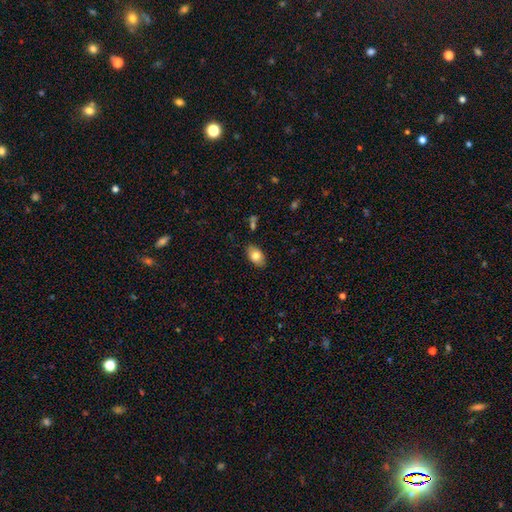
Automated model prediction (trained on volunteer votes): smooth 79%, featured or disk 13%, star or artifact 7%. Down the decision tree: how rounded — in between (90%); merging — none (85%).